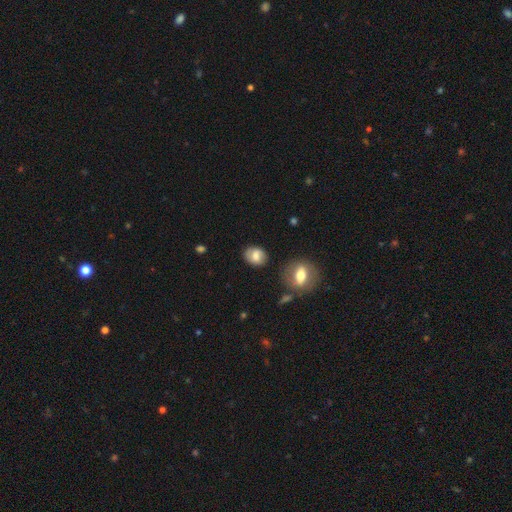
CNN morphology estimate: smooth-or-featured: smooth: 74% | featured or disk: 17% | star or artifact: 8%
  how-rounded: in between: 57% | round: 42% | cigar-shaped: 1%
  merging: none: 78% | minor disturbance: 15% | major disturbance: 4% | merger: 4%